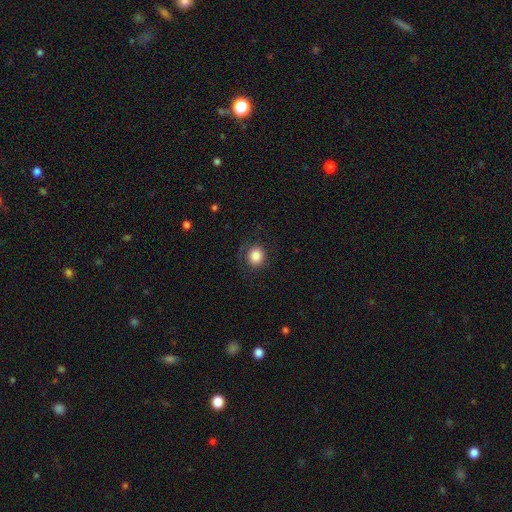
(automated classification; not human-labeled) Smooth or featured?
  - smooth: 84% *
  - star or artifact: 9%
  - featured or disk: 7%
How rounded?
  - round: 82% *
  - in between: 17%
  - cigar-shaped: 1%
Merging?
  - none: 79% *
  - minor disturbance: 13%
  - major disturbance: 7%
  - merger: 1%